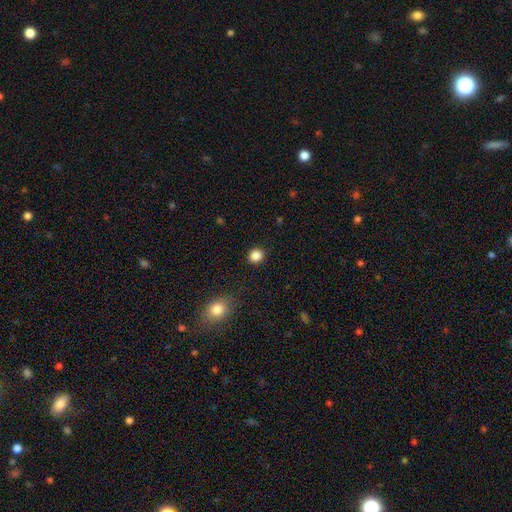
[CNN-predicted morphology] Smooth or featured: smooth — 86% (star or artifact — 11%)
How rounded: round — 87% (in between — 12%)
Merging: none — 91% (minor disturbance — 6%)